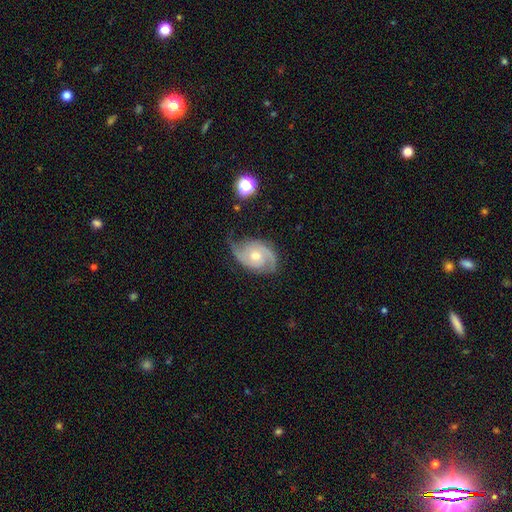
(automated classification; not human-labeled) smooth_or_featured: featured or disk (p=0.86) [alt: smooth p=0.09]
disk_edge_on: no (p=0.97) [alt: yes p=0.03]
bar: no (p=0.68) [alt: weak p=0.27]
has_spiral_arms: yes (p=0.97) [alt: no p=0.03]
spiral_winding: medium (p=0.44) [alt: tight p=0.43]
spiral_arm_count: 2 (p=0.84) [alt: can't tell p=0.06]
bulge_size: moderate (p=0.67) [alt: small p=0.28]
merging: none (p=0.68) [alt: minor disturbance p=0.23]